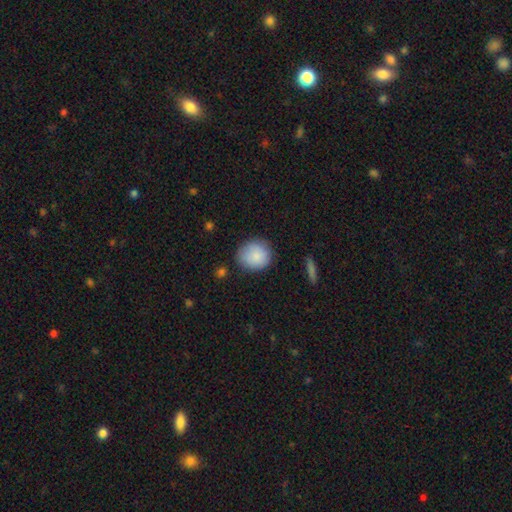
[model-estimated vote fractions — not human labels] Morphology: type=smooth (85%); roundness=round (83%); merging=none (78%).